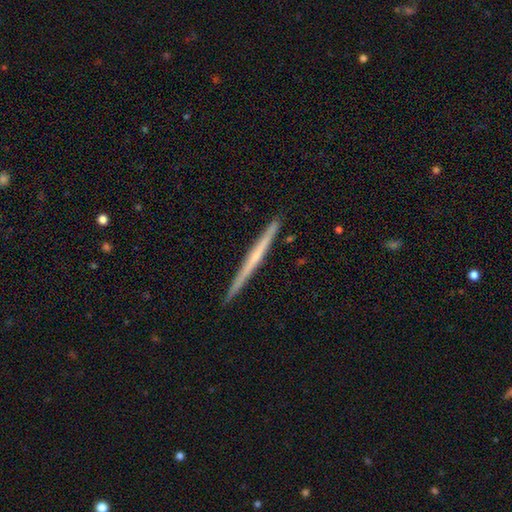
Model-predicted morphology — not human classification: A featured or disk galaxy (60%) viewed edge-on (98%) with no central bulge (76%).

Vote fractions:
- Smooth or featured? featured or disk: 60% / smooth: 34% / star or artifact: 5%
- Edge-on disk? yes: 98% / no: 2%
- Edge-on bulge? none: 76% / rounded: 18% / boxy: 5%
- Merging? none: 92% / minor disturbance: 6% / major disturbance: 1% / merger: 1%